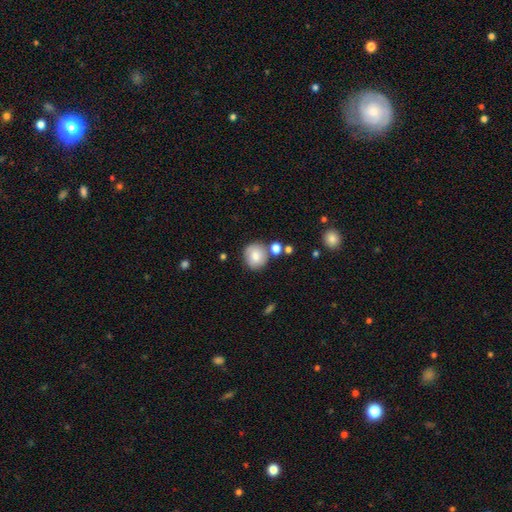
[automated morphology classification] A smooth galaxy with no disk features (78%) that is round (90%). Merging: none (74%).